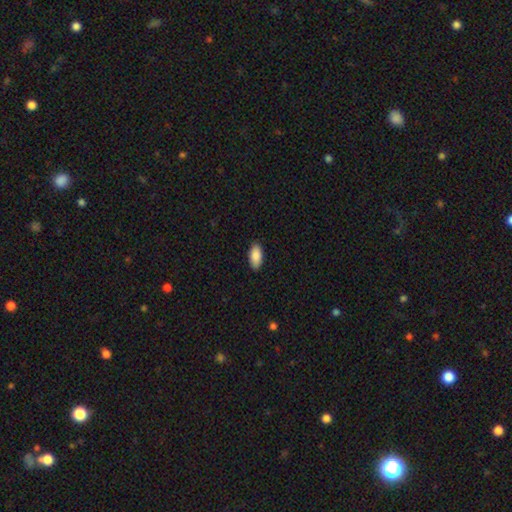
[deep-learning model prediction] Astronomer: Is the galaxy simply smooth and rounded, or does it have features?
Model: smooth — 89%.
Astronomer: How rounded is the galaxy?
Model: in between — 92%.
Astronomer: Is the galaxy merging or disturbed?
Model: none — 89%.